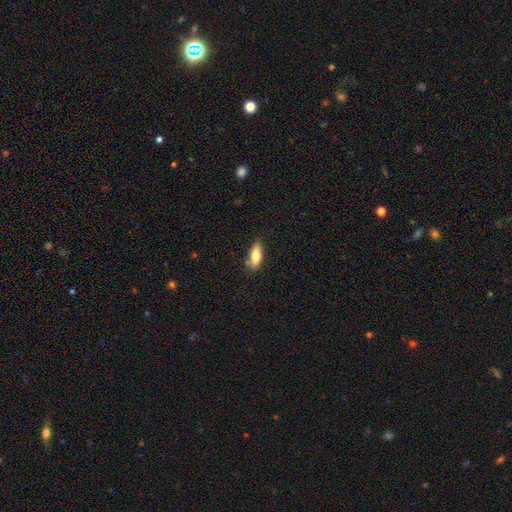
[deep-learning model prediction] smooth_or_featured: smooth (p=0.75) [alt: featured or disk p=0.18]
how_rounded: in between (p=0.72) [alt: cigar-shaped p=0.25]
merging: none (p=0.73) [alt: minor disturbance p=0.20]